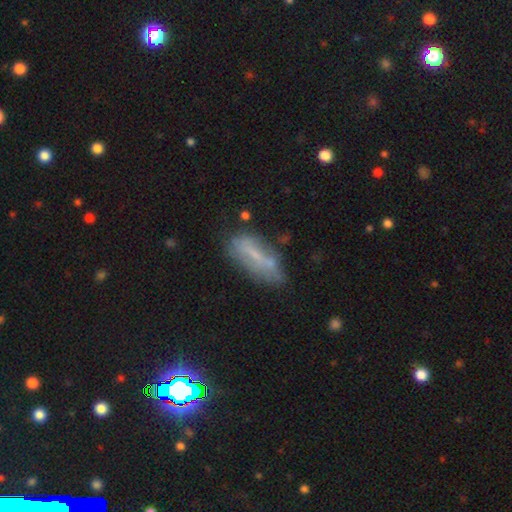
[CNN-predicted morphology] Smooth or featured: smooth — 49% (featured or disk — 38%)
Merging: none — 58% (minor disturbance — 25%)